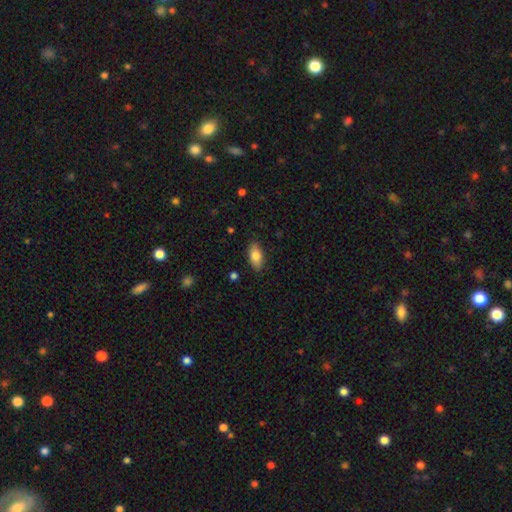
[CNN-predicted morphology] type=smooth (80%); roundness=in between (90%); merging=none (87%).